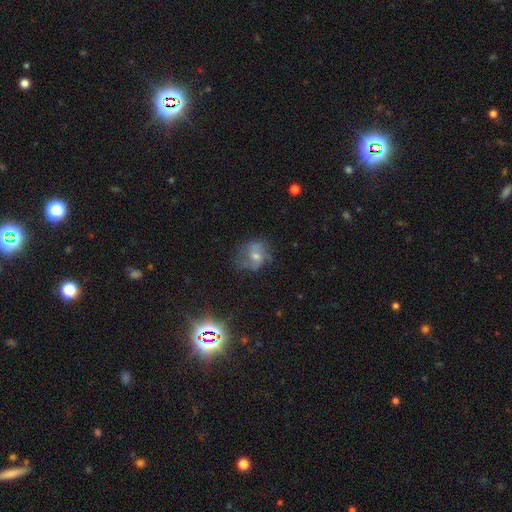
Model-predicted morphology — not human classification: This is possibly a featured or disk galaxy (47%). Merging: possibly none (50%).